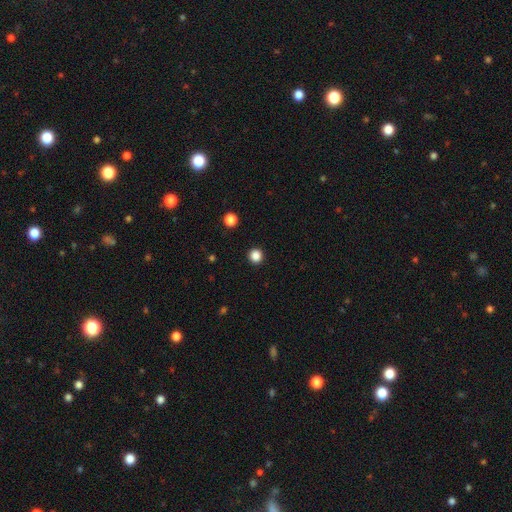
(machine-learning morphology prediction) A smooth galaxy with no disk features (85%) that is round (95%). Merging: none (93%).